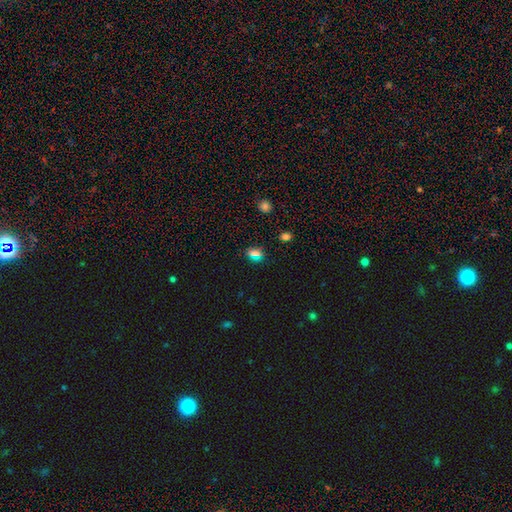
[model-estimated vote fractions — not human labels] Smooth or featured? Predicted: smooth (p=0.56). How rounded? Predicted: round (p=0.55). Merging? Predicted: none (p=0.87).